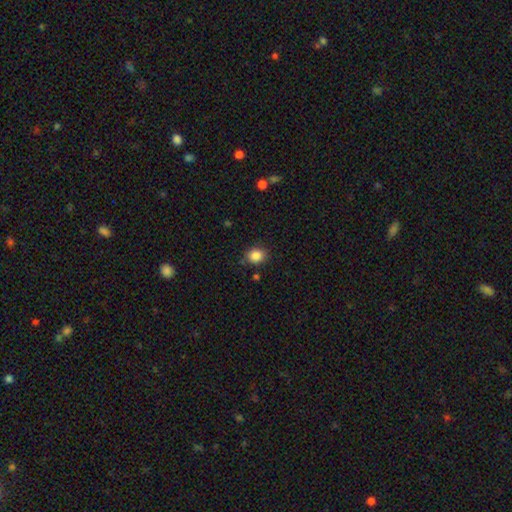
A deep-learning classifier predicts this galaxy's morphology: smooth_or_featured: smooth (p=0.85) [alt: star or artifact p=0.10]
how_rounded: round (p=0.64) [alt: in between p=0.35]
merging: none (p=0.83) [alt: minor disturbance p=0.12]